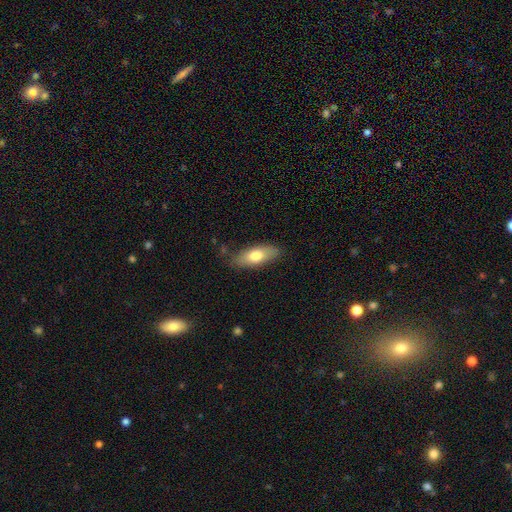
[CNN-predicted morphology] Smooth or featured? smooth (72%)
How rounded? in between (76%)
Merging? none (81%)